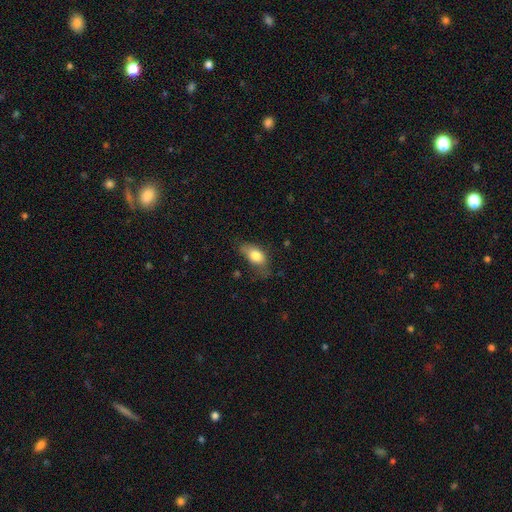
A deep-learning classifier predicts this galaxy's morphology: Smooth or featured? Predicted: smooth (p=0.79). How rounded? Predicted: in between (p=0.87). Merging? Predicted: none (p=0.53).